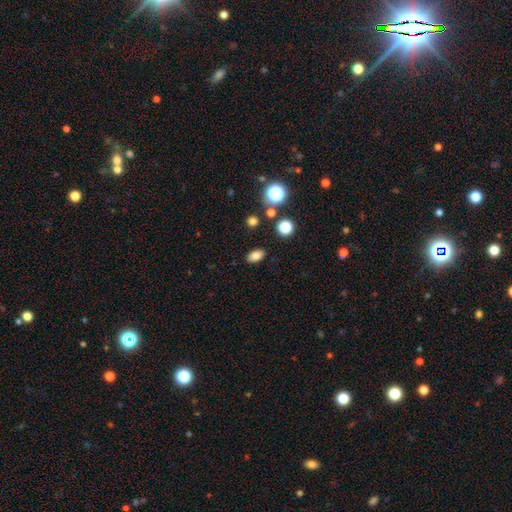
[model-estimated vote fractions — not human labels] Overall: smooth (80%). How rounded: in between (86%). Merging: none (87%).